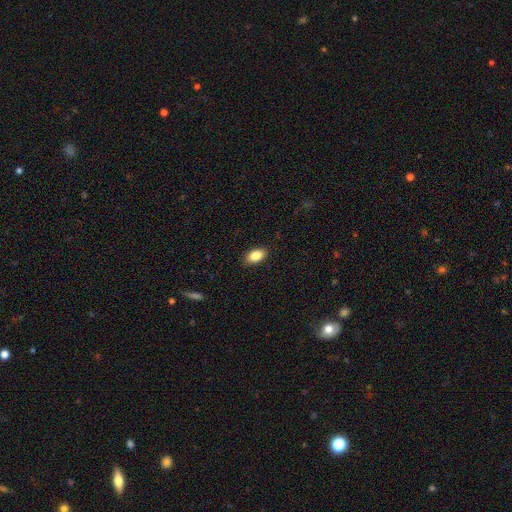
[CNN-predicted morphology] type=smooth (86%); roundness=in between (91%); merging=none (88%).